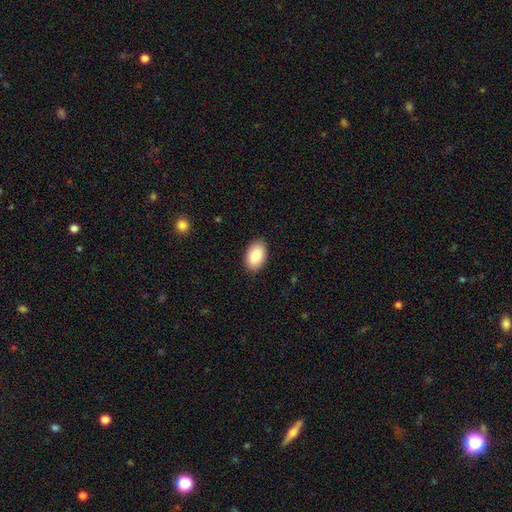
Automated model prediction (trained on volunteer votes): Q: Smooth or featured?
A: smooth (87%); runner-up: featured or disk (7%)
Q: How rounded?
A: in between (93%); runner-up: round (6%)
Q: Merging?
A: none (89%); runner-up: minor disturbance (8%)